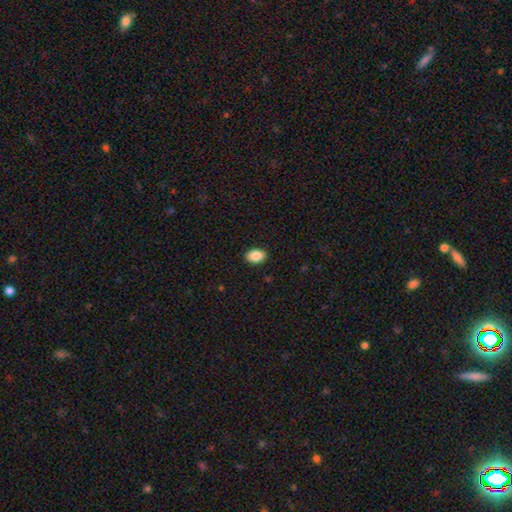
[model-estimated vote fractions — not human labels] smooth-or-featured: smooth: 88% | star or artifact: 7% | featured or disk: 5%
  how-rounded: in between: 85% | round: 13% | cigar-shaped: 1%
  merging: none: 90% | minor disturbance: 7% | major disturbance: 2% | merger: 1%